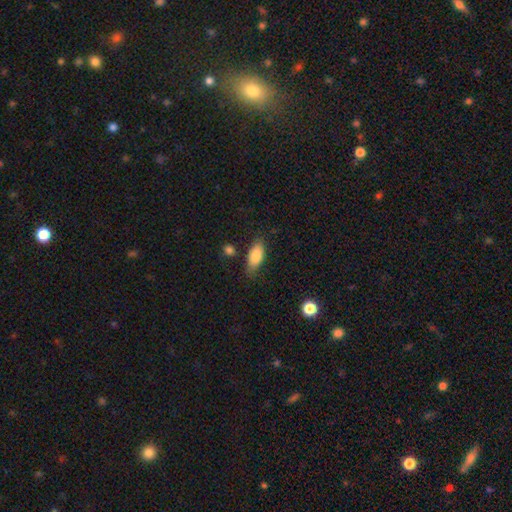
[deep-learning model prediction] Q: Smooth or featured?
A: smooth (82%); runner-up: featured or disk (11%)
Q: How rounded?
A: in between (85%); runner-up: cigar-shaped (12%)
Q: Merging?
A: none (75%); runner-up: minor disturbance (17%)